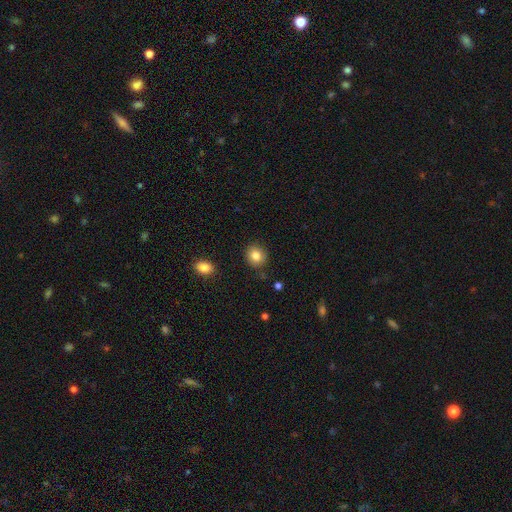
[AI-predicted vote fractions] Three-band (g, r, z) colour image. It shows a smooth galaxy with no disk features (84%) that is round (79%). Merging: none (88%).